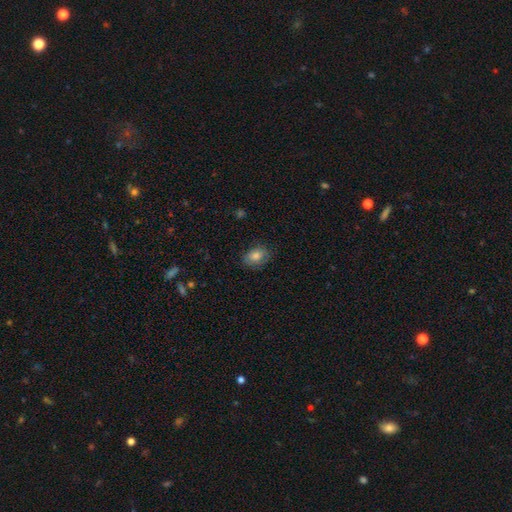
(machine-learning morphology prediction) Overall: smooth (73%). How rounded: in between (69%; round 30%). Merging: none (79%).